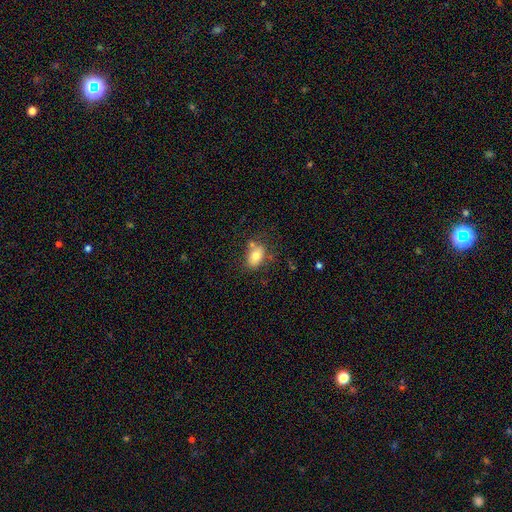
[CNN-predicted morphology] This appears to be a smooth galaxy with no disk features (75%) that is in between round and cigar-shaped (78%). Merging: none (65%).